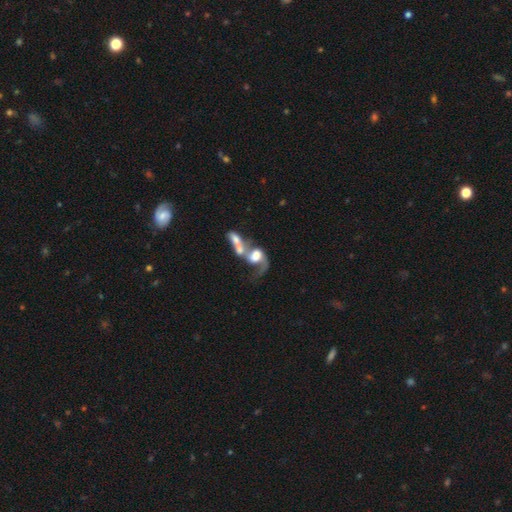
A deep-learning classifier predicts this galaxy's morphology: smooth-or-featured: featured or disk: 55% | smooth: 35% | star or artifact: 9%
  disk-edge-on: no: 94% | yes: 6%
    bar: no: 70% | weak: 22% | strong: 8%
    has-spiral-arms: yes: 65% | no: 35%
    bulge-size: large: 44% | moderate: 25% | none: 13% | dominant: 12% | small: 7%
  merging: merger: 74% | major disturbance: 13% | none: 8% | minor disturbance: 4%